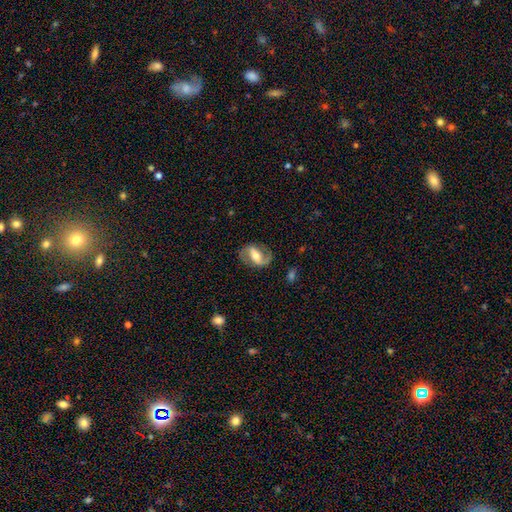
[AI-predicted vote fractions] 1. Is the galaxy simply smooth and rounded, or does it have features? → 78% featured or disk, 16% smooth, 5% star or artifact.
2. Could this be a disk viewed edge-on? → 95% no, 5% yes.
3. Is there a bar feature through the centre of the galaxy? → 51% strong, 33% weak, 17% no.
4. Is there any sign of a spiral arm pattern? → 89% yes, 11% no.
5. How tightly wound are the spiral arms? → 45% medium, 34% loose, 20% tight.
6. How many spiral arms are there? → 87% 2, 6% 1, 4% can't tell, 1% 3, 1% 4, 1% more than 4.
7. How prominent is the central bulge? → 61% moderate, 21% small, 14% large, 2% none, 2% dominant.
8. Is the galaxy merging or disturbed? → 78% none, 14% minor disturbance, 7% major disturbance, 1% merger.